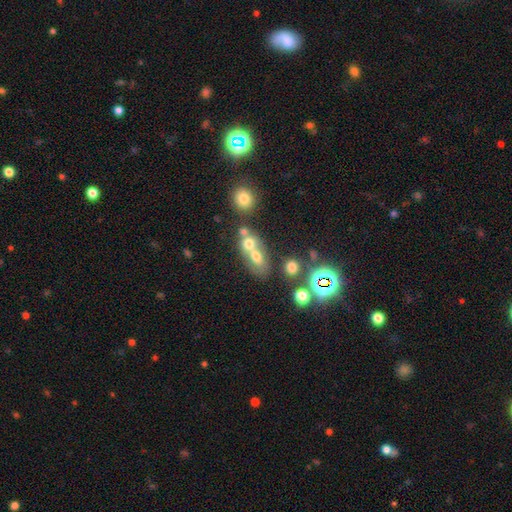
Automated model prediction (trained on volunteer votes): Overall: smooth (55%; featured or disk 27%). How rounded: in between (59%; round 36%). Merging: merger (59%; none 27%).